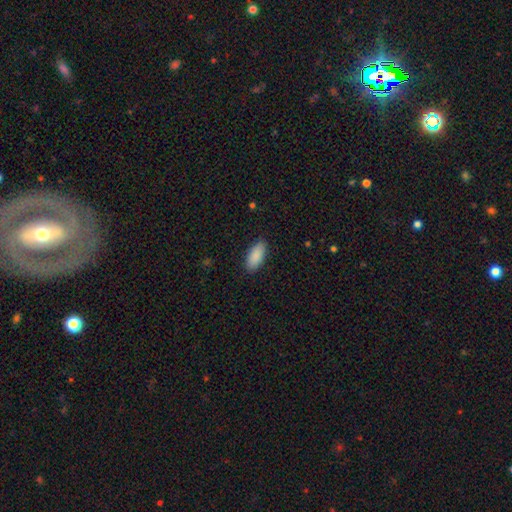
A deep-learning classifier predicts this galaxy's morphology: Overall: smooth (90%). How rounded: in between (88%). Merging: none (87%).